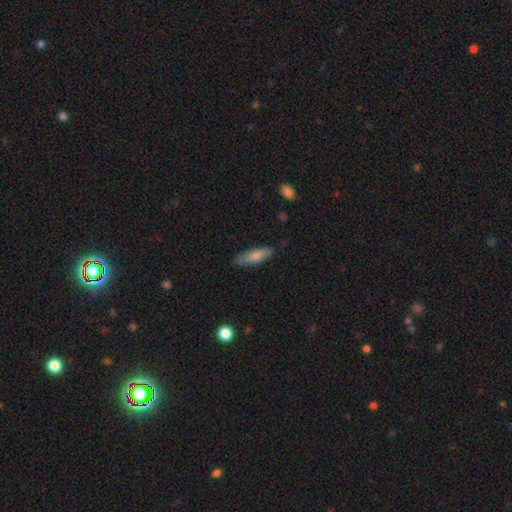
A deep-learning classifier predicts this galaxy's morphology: Smooth or featured? smooth (78%)
How rounded? cigar-shaped (57%)
Merging? none (78%)